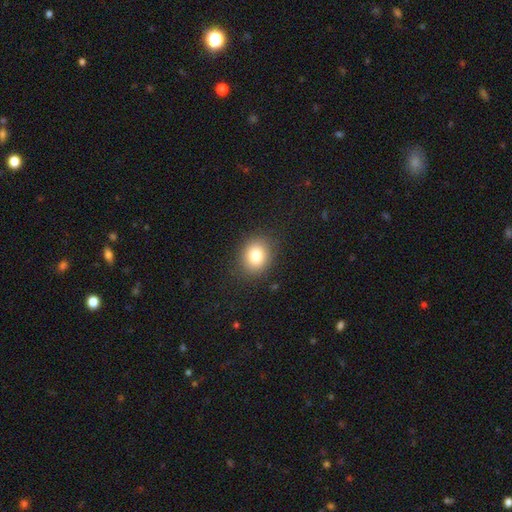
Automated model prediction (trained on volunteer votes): The model was most divided on "how rounded": round: 63%, in between: 36%, cigar-shaped: 1%. More confident: merging — none (87%); smooth or featured — smooth (81%).